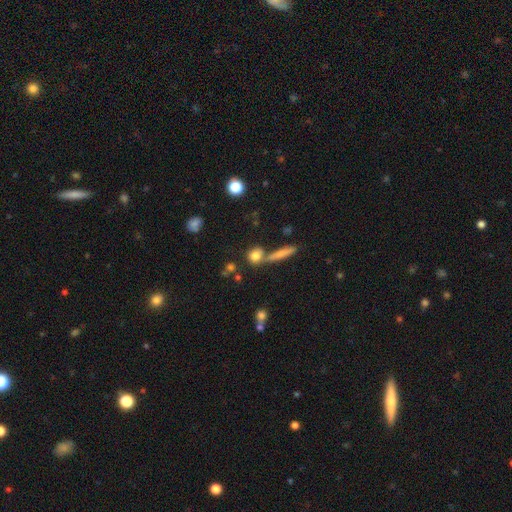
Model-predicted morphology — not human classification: smooth-or-featured: smooth: 77% | featured or disk: 11% | star or artifact: 11%
  how-rounded: round: 74% | in between: 16% | cigar-shaped: 10%
  merging: none: 65% | merger: 22% | minor disturbance: 10% | major disturbance: 4%